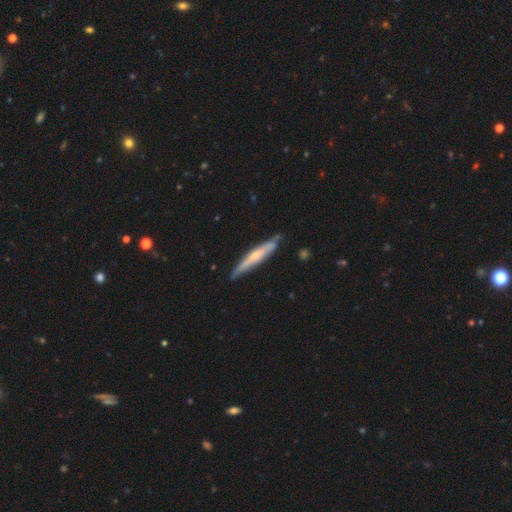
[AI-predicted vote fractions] Morphology: type=featured or disk (52%); edge-on=yes (92%); merging=none (80%).